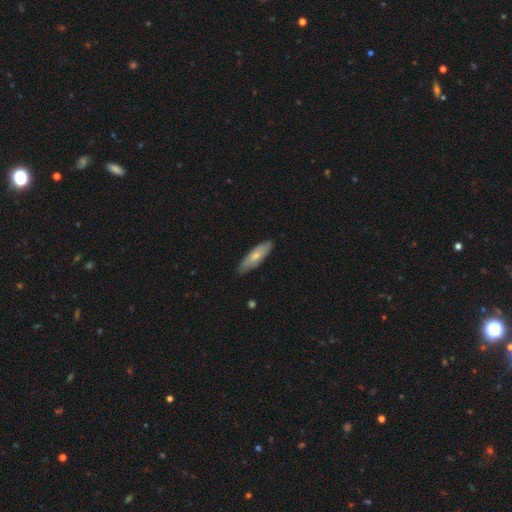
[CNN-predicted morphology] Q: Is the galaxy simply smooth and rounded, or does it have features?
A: smooth — 65%.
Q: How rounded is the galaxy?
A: cigar-shaped — 54%.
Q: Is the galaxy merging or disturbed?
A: none — 84%.